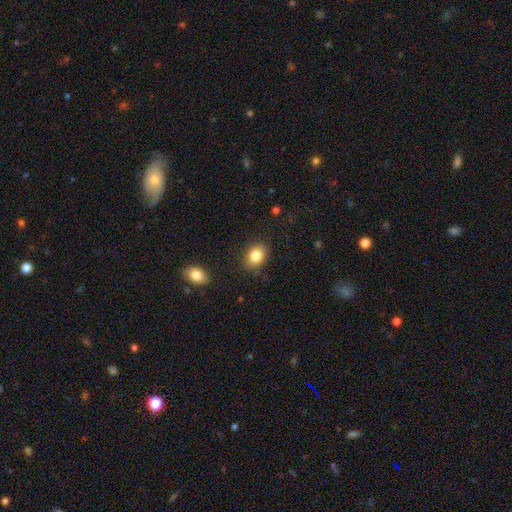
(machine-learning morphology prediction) A smooth galaxy with no disk features (84%) that is in between round and cigar-shaped (62%).

Vote fractions:
- Smooth or featured? smooth: 84% / star or artifact: 9% / featured or disk: 7%
- How rounded? in between: 62% / round: 37% / cigar-shaped: 1%
- Merging? none: 83% / minor disturbance: 12% / major disturbance: 3% / merger: 2%